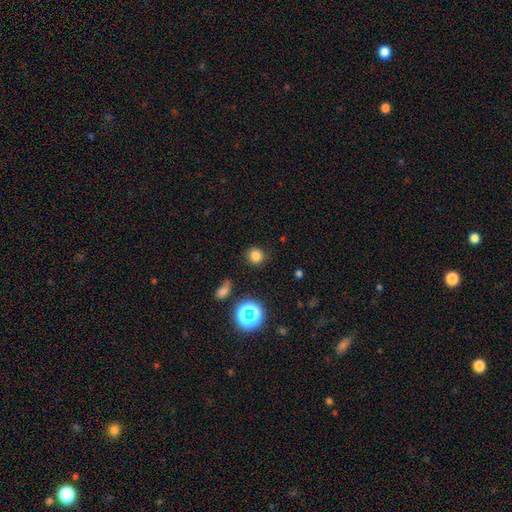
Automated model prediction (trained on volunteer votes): Smooth or featured?
  - smooth: 78% *
  - star or artifact: 17%
  - featured or disk: 5%
How rounded?
  - round: 91% *
  - in between: 8%
  - cigar-shaped: 1%
Merging?
  - none: 85% *
  - minor disturbance: 9%
  - major disturbance: 3%
  - merger: 2%